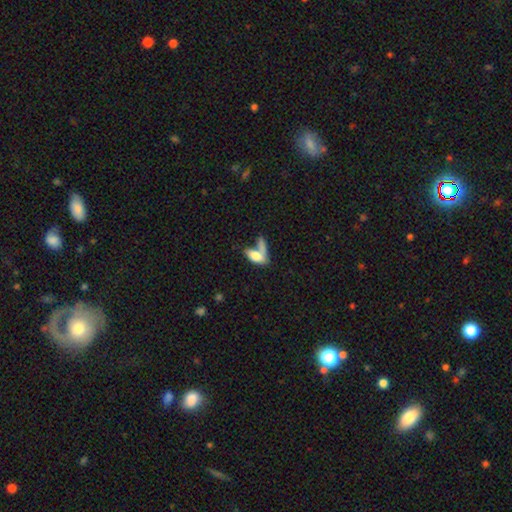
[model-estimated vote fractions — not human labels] A smooth galaxy with no disk features (74%) that is in between round and cigar-shaped (79%).

Vote fractions:
- Smooth or featured? smooth: 74% / featured or disk: 19% / star or artifact: 7%
- How rounded? in between: 79% / cigar-shaped: 15% / round: 5%
- Merging? merger: 46% / none: 30% / major disturbance: 12% / minor disturbance: 12%